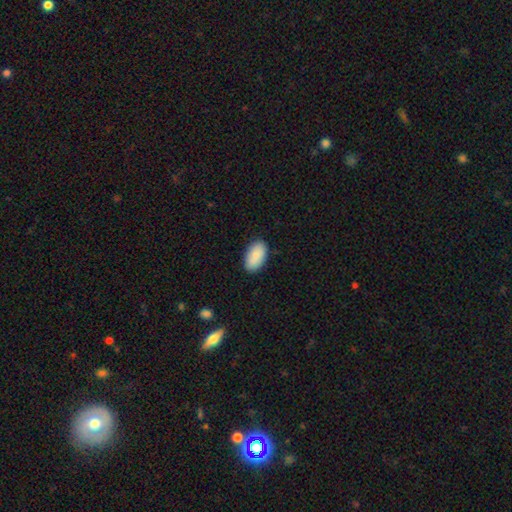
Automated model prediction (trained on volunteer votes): This is clearly a smooth galaxy (84%). How rounded: clearly in between (94%). Merging: clearly none (85%).